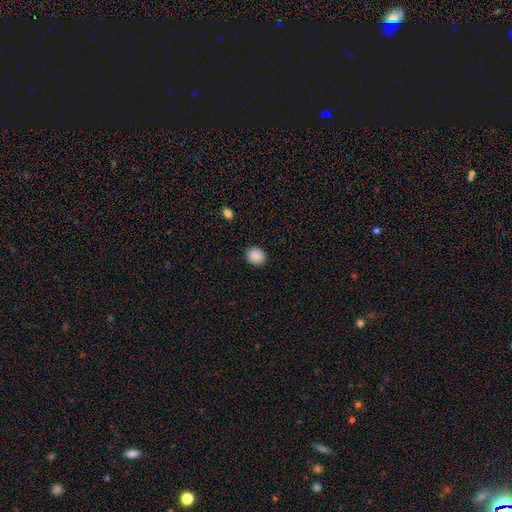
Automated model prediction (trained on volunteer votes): A smooth galaxy with no disk features (90%) that is round (67%).

Vote fractions:
- Smooth or featured? smooth: 90% / star or artifact: 8% / featured or disk: 2%
- How rounded? round: 67% / in between: 32% / cigar-shaped: 1%
- Merging? none: 90% / minor disturbance: 7% / major disturbance: 2% / merger: 1%